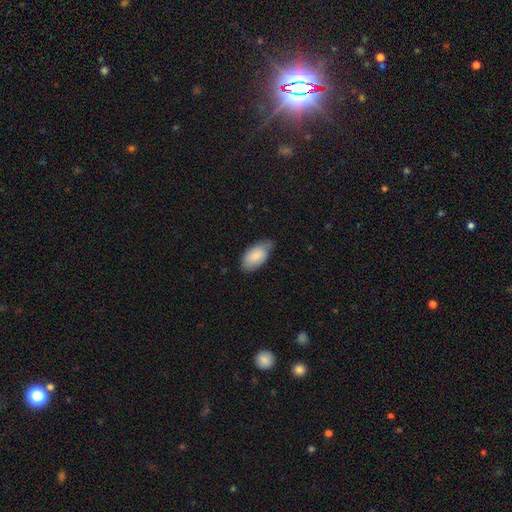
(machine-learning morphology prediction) This is clearly a smooth galaxy (84%). How rounded: clearly in between (95%). Merging: possibly none (58%).